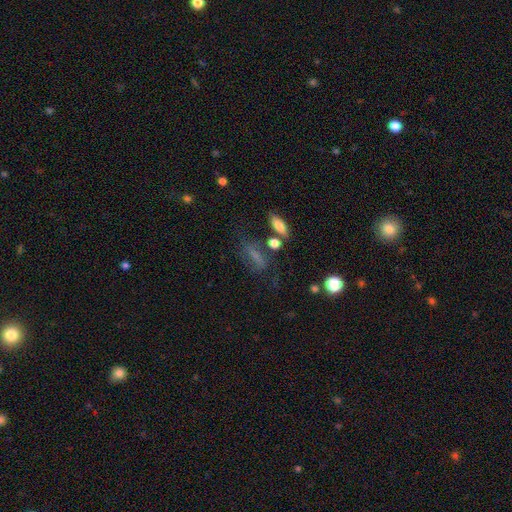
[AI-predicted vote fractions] This appears to be a smooth galaxy with no disk features (51%) that is in between round and cigar-shaped (53%). Merging: none (53%).